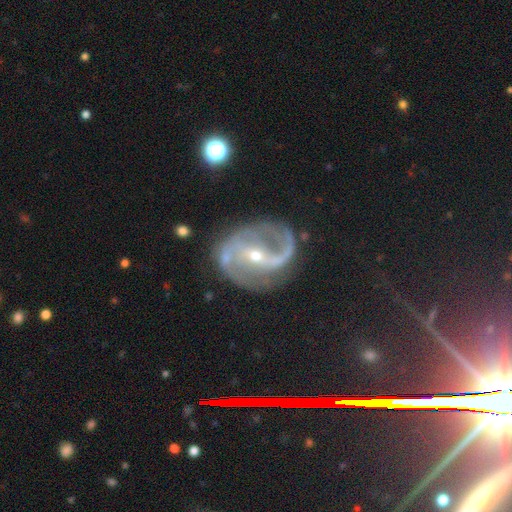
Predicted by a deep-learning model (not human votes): Smooth or featured? featured or disk (89%)
Edge-on disk? no (97%)
Bar? strong (46%)
Spiral arms? yes (96%)
Spiral winding? medium (49%)
Spiral arm count? 2 (87%)
Bulge size? small (64%)
Merging? none (70%)